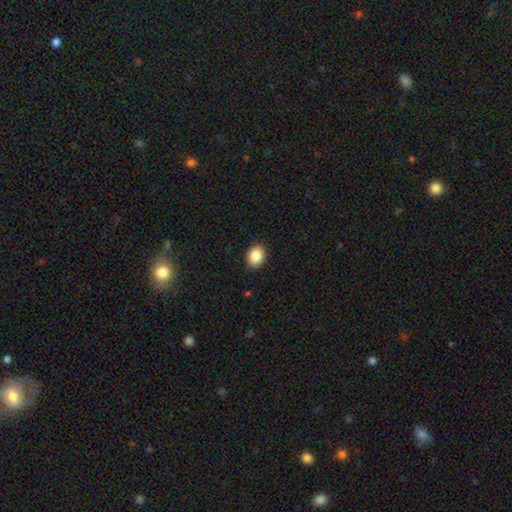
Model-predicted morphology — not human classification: Overall: smooth (88%). How rounded: in between (70%). Merging: none (89%).